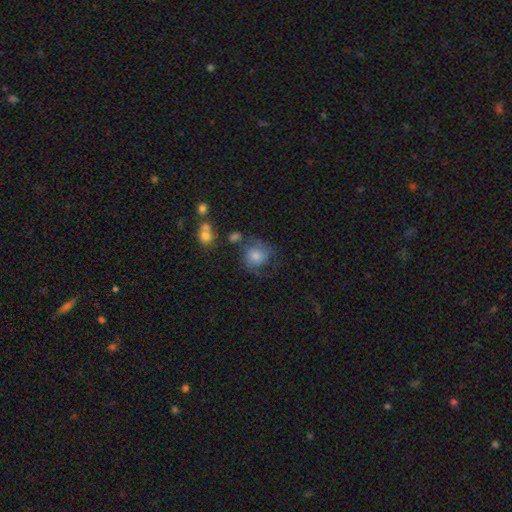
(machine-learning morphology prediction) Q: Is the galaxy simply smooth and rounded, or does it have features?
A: featured or disk — 47%.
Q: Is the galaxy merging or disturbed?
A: none — 53%.